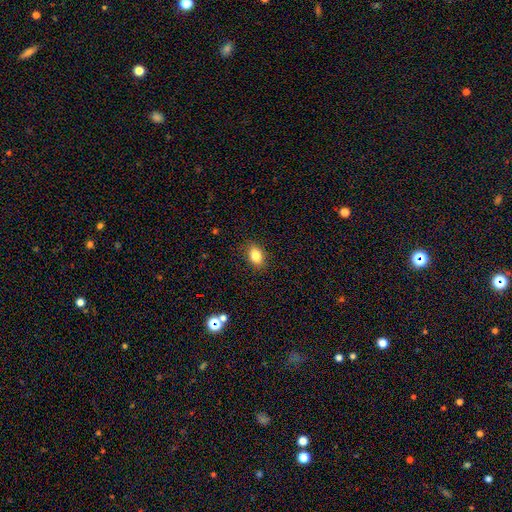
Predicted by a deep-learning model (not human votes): This is clearly a smooth galaxy (84%). How rounded: likely in between (79%). Merging: clearly none (87%).